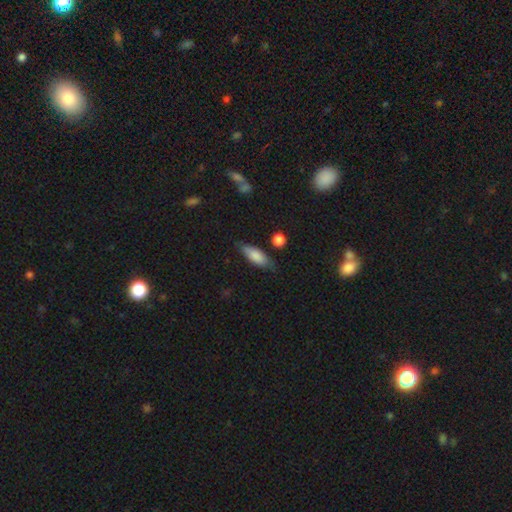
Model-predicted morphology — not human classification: smooth-or-featured: smooth: 80% | featured or disk: 13% | star or artifact: 6%
  how-rounded: in between: 72% | cigar-shaped: 26% | round: 2%
  merging: none: 71% | minor disturbance: 21% | major disturbance: 4% | merger: 3%